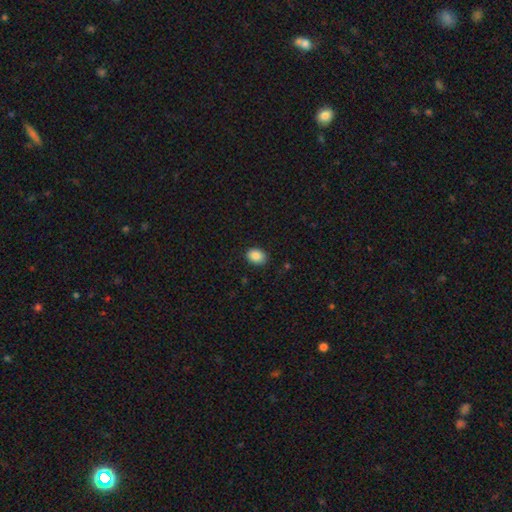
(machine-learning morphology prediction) smooth_or_featured: smooth (p=0.88) [alt: star or artifact p=0.08]
how_rounded: in between (p=0.66) [alt: round p=0.33]
merging: none (p=0.87) [alt: minor disturbance p=0.09]